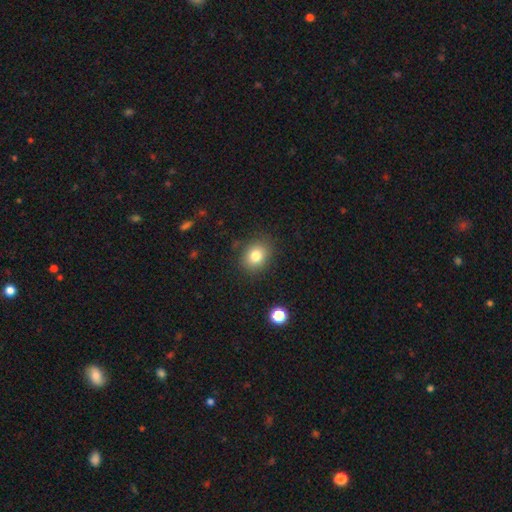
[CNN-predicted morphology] type=smooth (80%); roundness=round (56%); merging=none (85%).